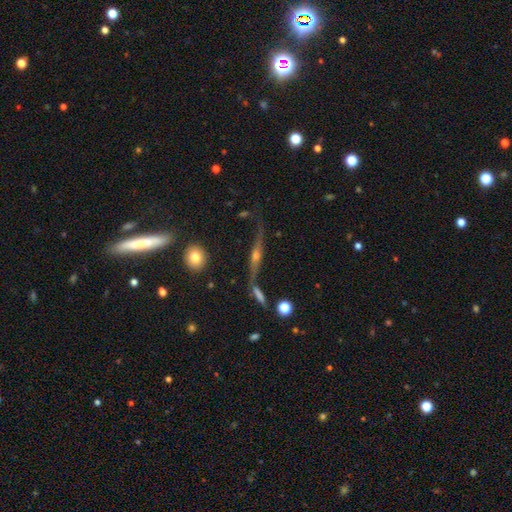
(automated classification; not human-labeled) Smooth or featured? featured or disk (78%)
Edge-on disk? yes (86%)
Edge-on bulge? rounded (86%)
Merging? none (64%)